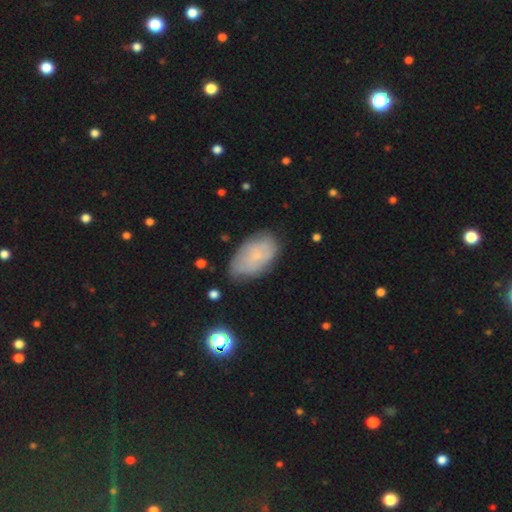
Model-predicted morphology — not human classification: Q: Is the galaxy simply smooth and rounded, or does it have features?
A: smooth — 56%.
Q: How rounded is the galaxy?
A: in between — 93%.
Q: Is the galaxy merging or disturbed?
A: none — 67%.